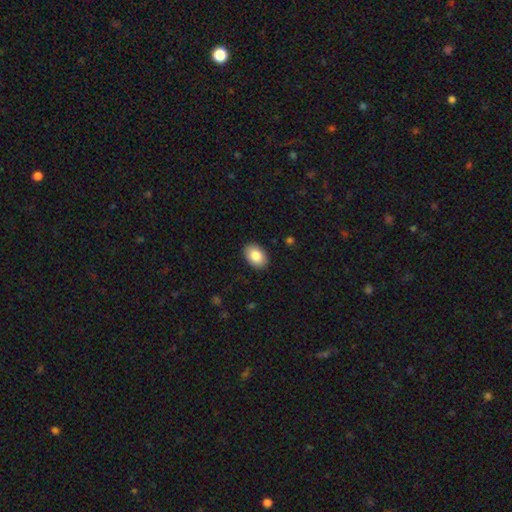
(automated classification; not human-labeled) This is clearly a smooth galaxy (85%). How rounded: clearly in between (83%). Merging: clearly none (90%).